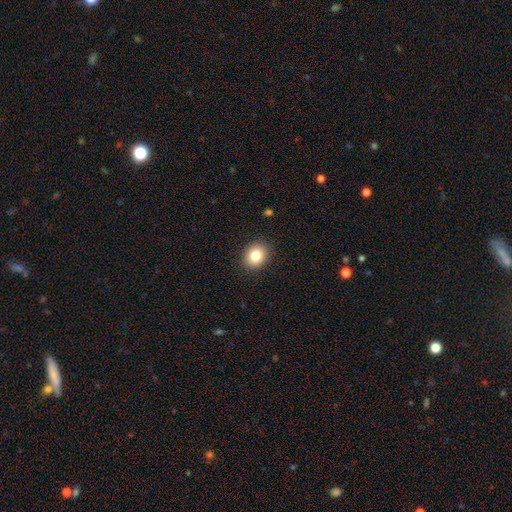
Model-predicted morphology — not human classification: Smooth or featured?
  - smooth: 83% *
  - star or artifact: 10%
  - featured or disk: 7%
How rounded?
  - round: 54% *
  - in between: 45%
  - cigar-shaped: 1%
Merging?
  - none: 90% *
  - minor disturbance: 7%
  - major disturbance: 2%
  - merger: 1%